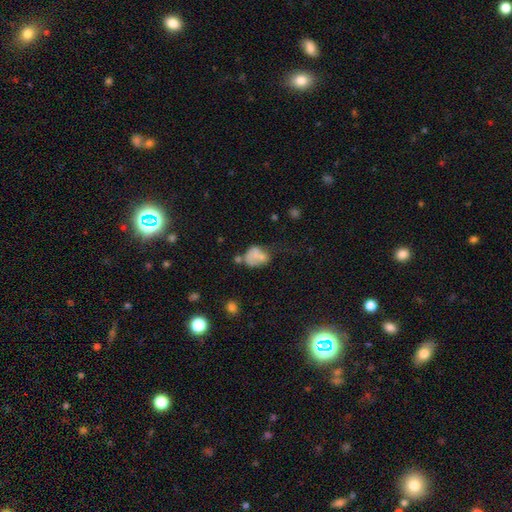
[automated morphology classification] The model was most divided on "merging": merger: 32%, none: 25%, minor disturbance: 23%, major disturbance: 20%. More confident: how rounded — in between (65%); smooth or featured — smooth (63%).